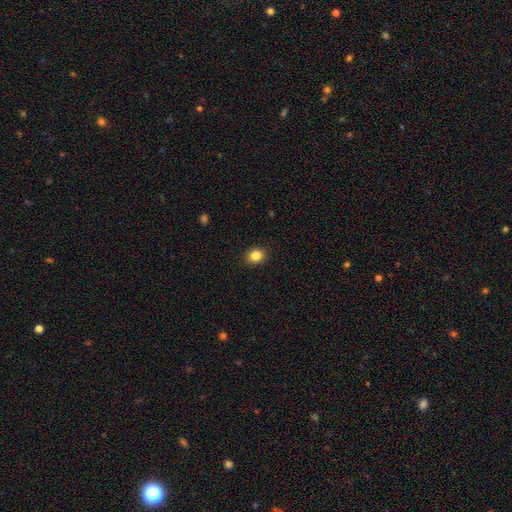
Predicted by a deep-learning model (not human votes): This is clearly a smooth galaxy (85%). How rounded: likely round (63%). Merging: clearly none (91%).